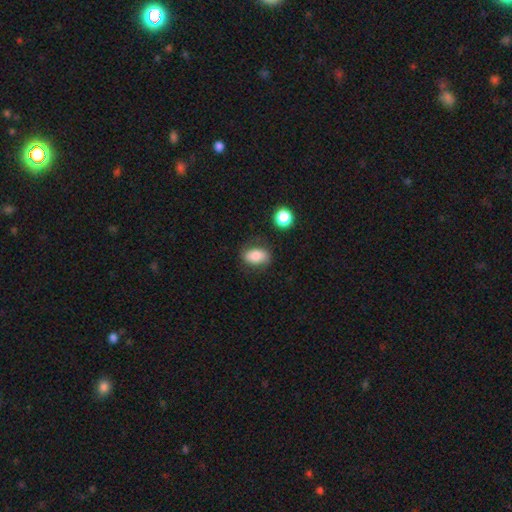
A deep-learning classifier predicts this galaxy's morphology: This appears to be a smooth galaxy with no disk features (79%) that is in between round and cigar-shaped (85%). Merging: none (74%).